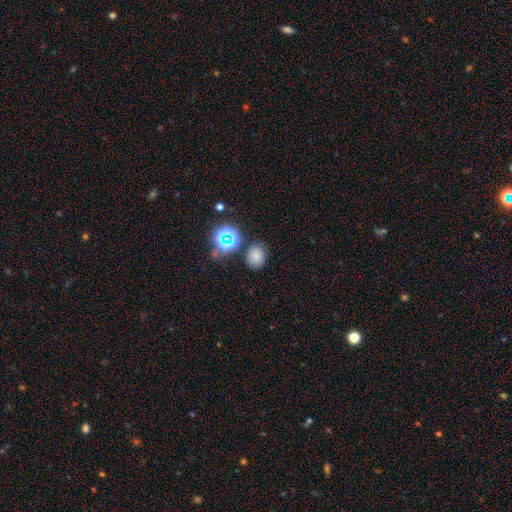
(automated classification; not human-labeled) This appears to be a smooth galaxy with no disk features (69%) that is round (63%). Merging: none (76%).